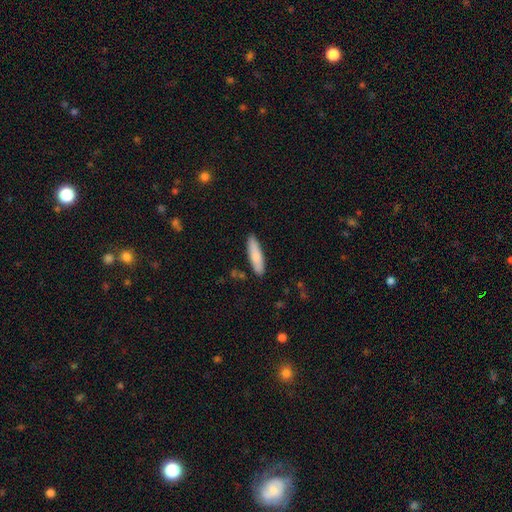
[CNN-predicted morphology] A smooth galaxy with no disk features (83%) that is cigar-shaped (70%).

Vote fractions:
- Smooth or featured? smooth: 83% / featured or disk: 12% / star or artifact: 6%
- How rounded? cigar-shaped: 70% / in between: 29% / round: 1%
- Merging? none: 87% / minor disturbance: 10% / major disturbance: 2% / merger: 2%